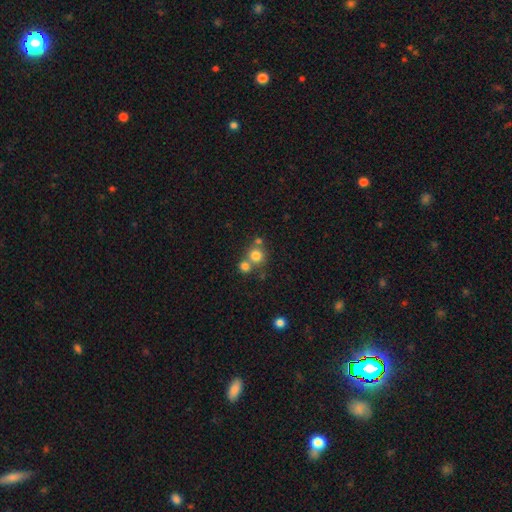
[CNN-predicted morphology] A smooth galaxy with no disk features (77%) that is round (89%).

Vote fractions:
- Smooth or featured? smooth: 77% / star or artifact: 14% / featured or disk: 10%
- How rounded? round: 89% / in between: 10% / cigar-shaped: 1%
- Merging? none: 56% / merger: 34% / minor disturbance: 7% / major disturbance: 3%